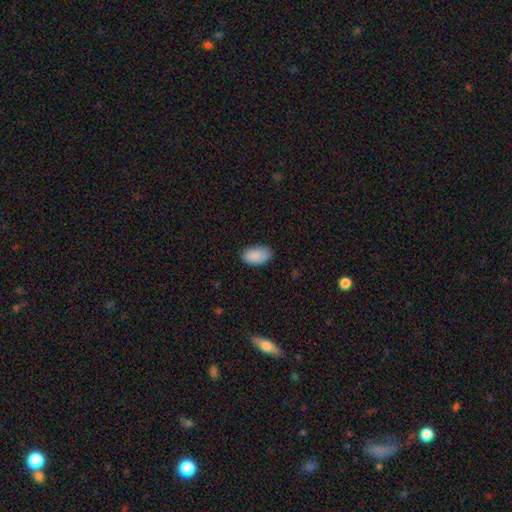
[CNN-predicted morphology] A smooth galaxy with no disk features (88%) that is in between round and cigar-shaped (94%).

Vote fractions:
- Smooth or featured? smooth: 88% / star or artifact: 7% / featured or disk: 5%
- How rounded? in between: 94% / round: 5% / cigar-shaped: 1%
- Merging? none: 80% / minor disturbance: 16% / major disturbance: 3% / merger: 1%